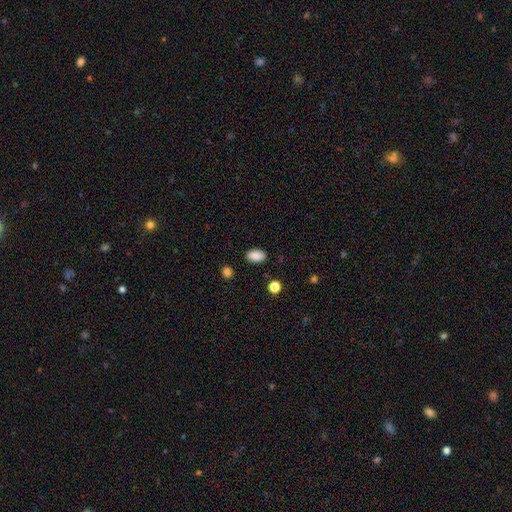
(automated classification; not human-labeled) This is clearly a smooth galaxy (87%). How rounded: clearly in between (91%). Merging: clearly none (86%).